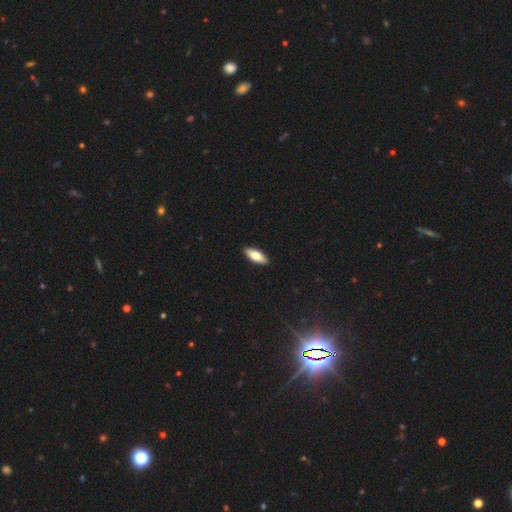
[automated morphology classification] A smooth galaxy with no disk features (74%) that is in between round and cigar-shaped (74%). Merging: none (91%).